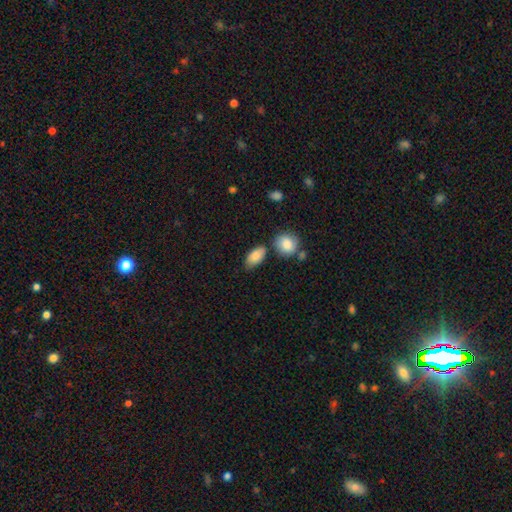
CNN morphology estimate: smooth 86%, featured or disk 8%, star or artifact 7%. Down the decision tree: how rounded — in between (90%); merging — none (70%).